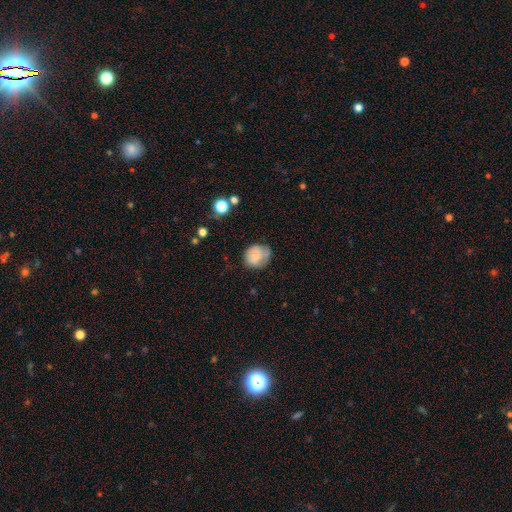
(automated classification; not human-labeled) smooth_or_featured: smooth (p=0.72) [alt: featured or disk p=0.20]
how_rounded: round (p=0.68) [alt: in between p=0.31]
merging: none (p=0.56) [alt: minor disturbance p=0.31]